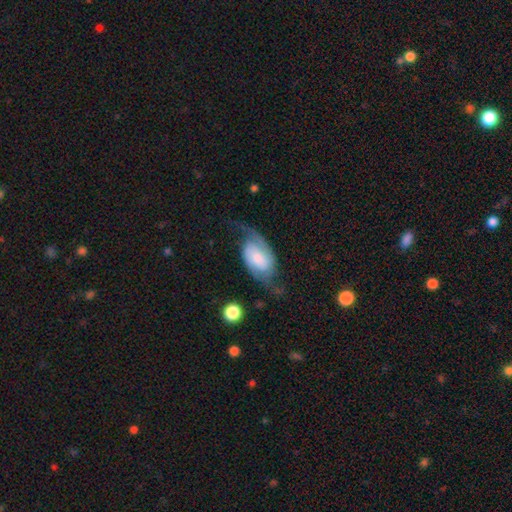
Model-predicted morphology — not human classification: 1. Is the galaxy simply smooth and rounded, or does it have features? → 77% featured or disk, 16% smooth, 6% star or artifact.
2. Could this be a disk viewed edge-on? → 96% no, 4% yes.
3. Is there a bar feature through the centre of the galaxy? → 50% no, 36% weak, 13% strong.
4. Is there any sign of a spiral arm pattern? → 94% yes, 6% no.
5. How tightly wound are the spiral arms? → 50% loose, 37% medium, 13% tight.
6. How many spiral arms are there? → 90% 2, 3% can't tell, 3% 1, 1% 3, 1% 4, 1% more than 4.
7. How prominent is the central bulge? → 35% small, 29% moderate, 17% large, 12% none, 7% dominant.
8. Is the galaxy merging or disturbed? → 61% none, 20% minor disturbance, 17% major disturbance, 2% merger.